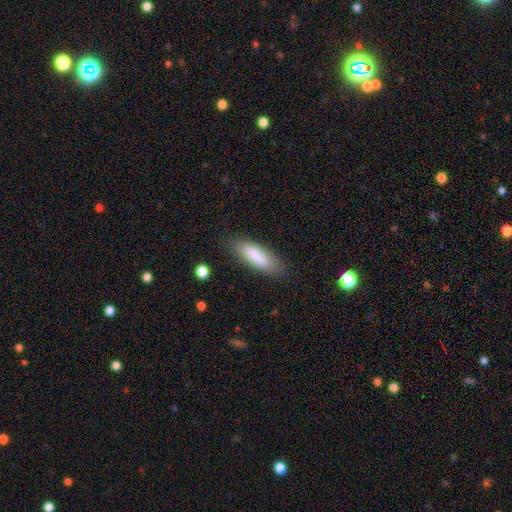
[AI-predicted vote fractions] This appears to be a smooth galaxy with no disk features (83%) that is in between round and cigar-shaped (56%). Merging: none (80%).